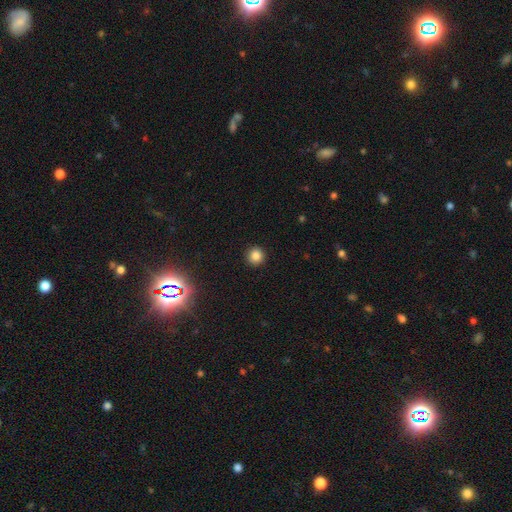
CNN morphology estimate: This appears to be a smooth galaxy with no disk features (84%) that is round (95%). Merging: none (93%).